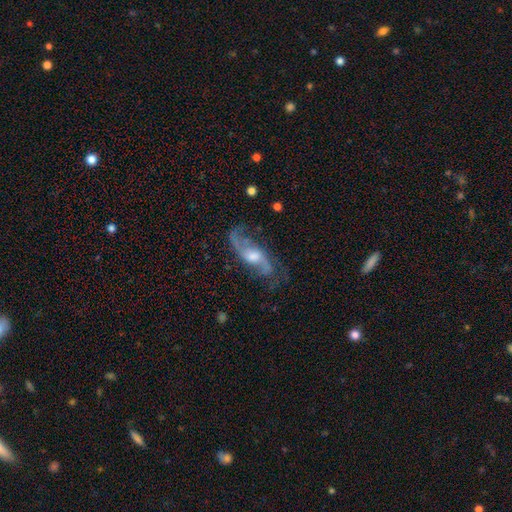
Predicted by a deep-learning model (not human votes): This is clearly a featured or disk galaxy (85%). It is clearly not viewed edge-on (91%). Bar: possibly no (48%). Spiral arm pattern: clearly yes (96%). Spiral arm count: clearly 2 (84%). Spiral winding: possibly loose (49%). Central bulge: possibly moderate (59%). Merging: likely none (70%).